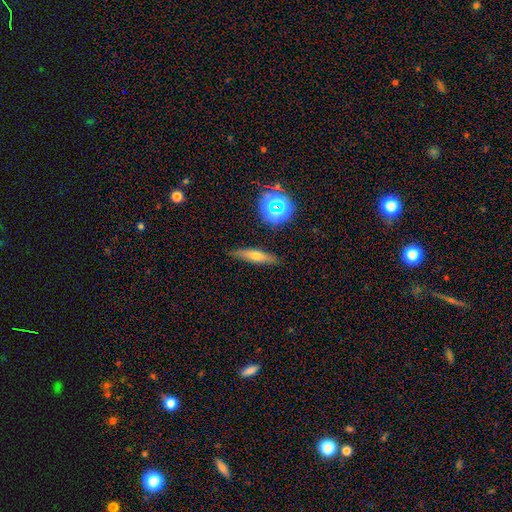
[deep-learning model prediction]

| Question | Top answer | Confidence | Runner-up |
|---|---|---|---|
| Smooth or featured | smooth | 55% | featured or disk (33%) |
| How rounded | cigar-shaped | 73% | in between (23%) |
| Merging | none | 84% | minor disturbance (12%) |